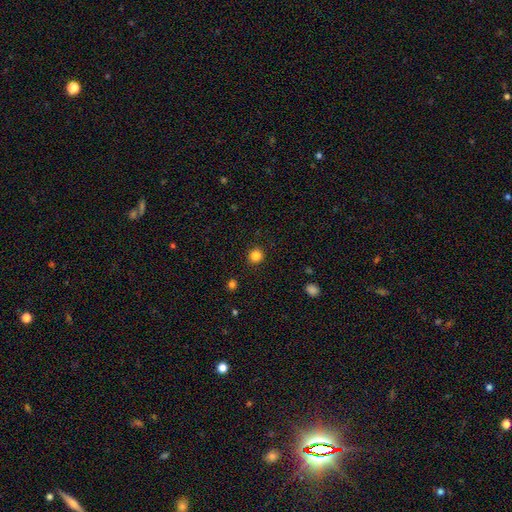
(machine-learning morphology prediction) Smooth or featured? Predicted: smooth (p=0.84). How rounded? Predicted: round (p=0.90). Merging? Predicted: none (p=0.91).